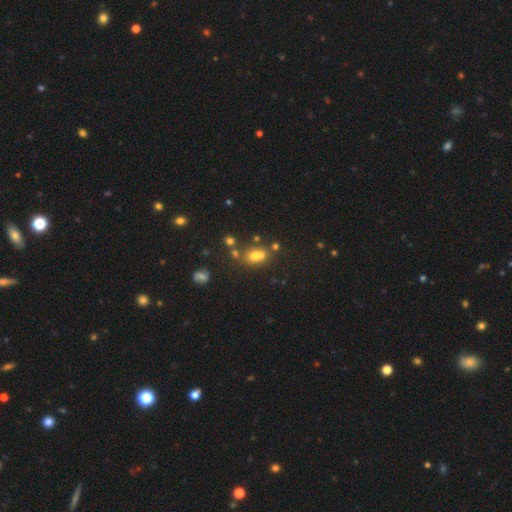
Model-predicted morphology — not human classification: This appears to be a smooth galaxy with no disk features (63%) that is in between round and cigar-shaped (51%). Merging: none (46%).